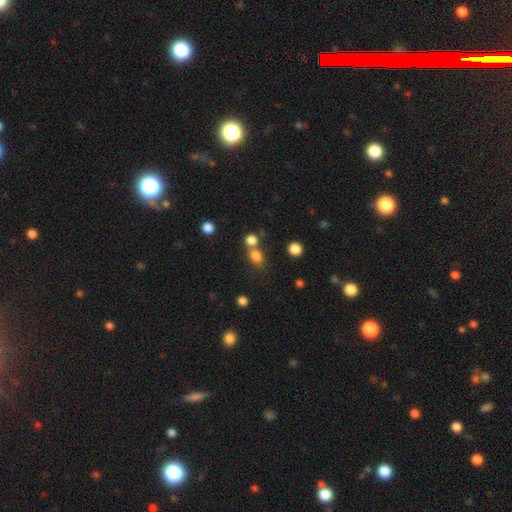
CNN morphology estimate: A smooth galaxy with no disk features (79%) that is in between round and cigar-shaped (51%).

Vote fractions:
- Smooth or featured? smooth: 79% / star or artifact: 14% / featured or disk: 7%
- How rounded? in between: 51% / round: 48% / cigar-shaped: 2%
- Merging? none: 52% / merger: 33% / minor disturbance: 10% / major disturbance: 5%